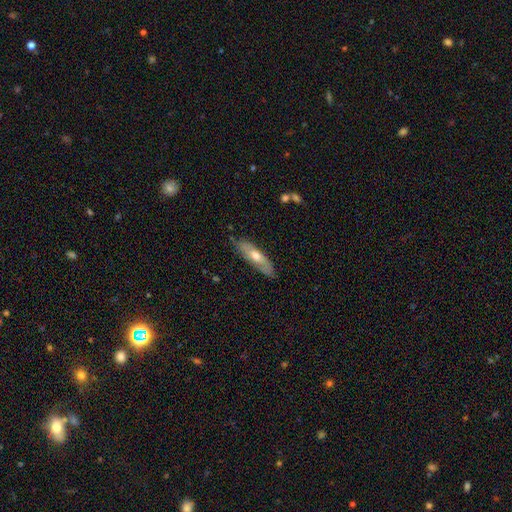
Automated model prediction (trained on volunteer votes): This appears to be a smooth galaxy with no disk features (48%). Merging: none (79%).